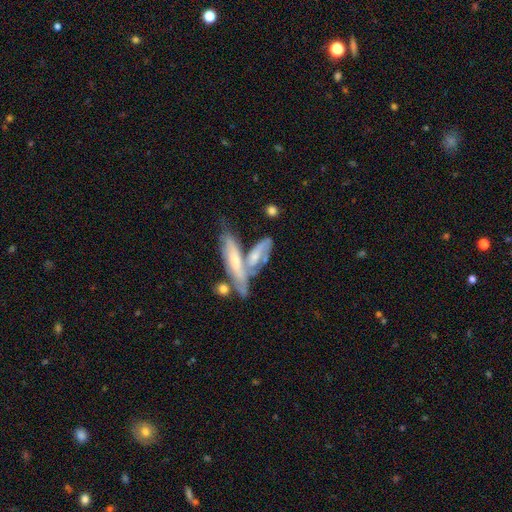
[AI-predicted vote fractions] A featured or disk galaxy (54%).

Vote fractions:
- Smooth or featured? featured or disk: 54% / smooth: 40% / star or artifact: 7%
- Edge-on disk? no: 65% / yes: 35%
- Merging? merger: 54% / none: 26% / minor disturbance: 13% / major disturbance: 8%